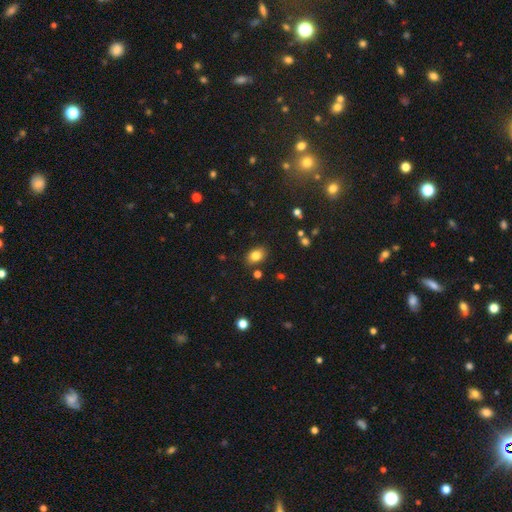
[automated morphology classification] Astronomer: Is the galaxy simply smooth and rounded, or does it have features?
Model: smooth — 82%.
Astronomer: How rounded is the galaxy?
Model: in between — 73%.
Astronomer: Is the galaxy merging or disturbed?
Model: none — 85%.